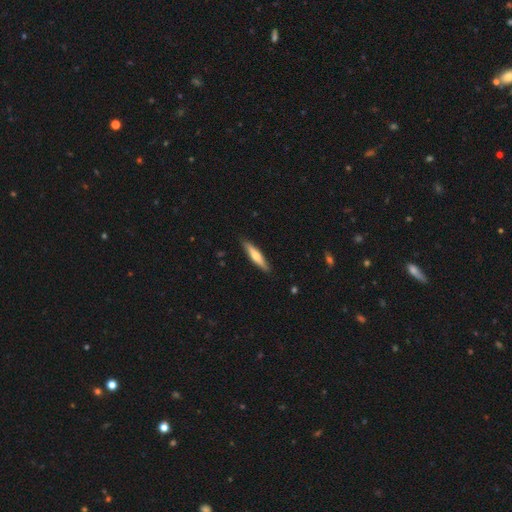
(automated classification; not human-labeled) Smooth or featured?
  - smooth: 55% *
  - featured or disk: 40%
  - star or artifact: 5%
How rounded?
  - cigar-shaped: 85% *
  - in between: 13%
  - round: 1%
Merging?
  - none: 89% *
  - minor disturbance: 8%
  - major disturbance: 1%
  - merger: 1%